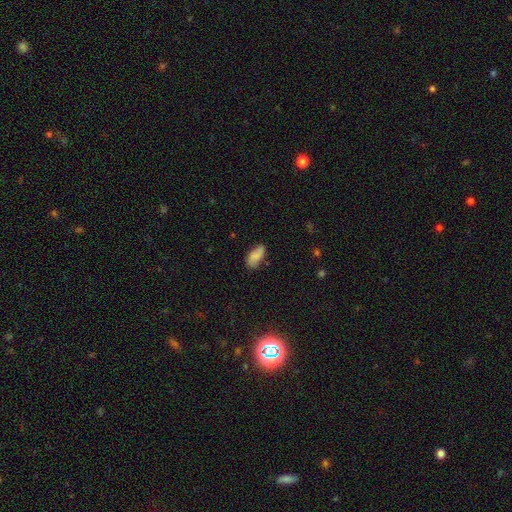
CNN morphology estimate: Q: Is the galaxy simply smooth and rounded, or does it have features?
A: smooth — 79%.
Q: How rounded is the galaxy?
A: in between — 89%.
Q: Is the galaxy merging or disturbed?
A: none — 71%.